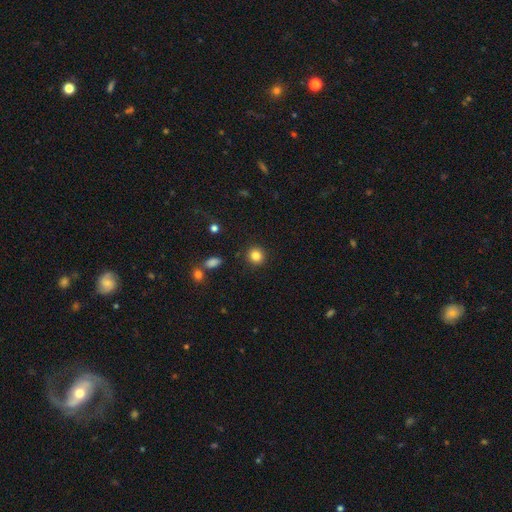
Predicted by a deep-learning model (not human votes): Morphology: type=smooth (84%); roundness=round (91%); merging=none (90%).